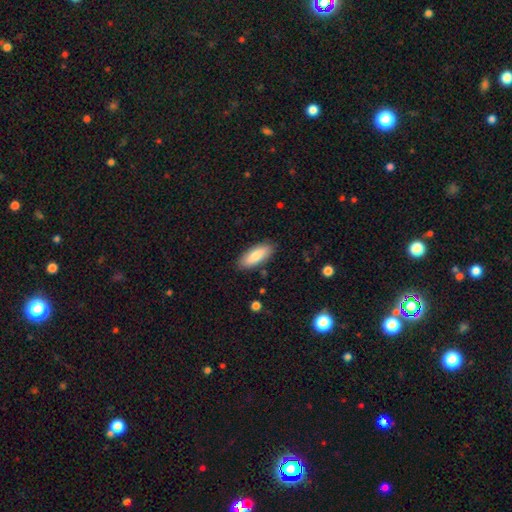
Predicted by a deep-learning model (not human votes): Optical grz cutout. It shows a smooth galaxy with no disk features (80%) that is in between round and cigar-shaped (78%). Merging: none (86%).